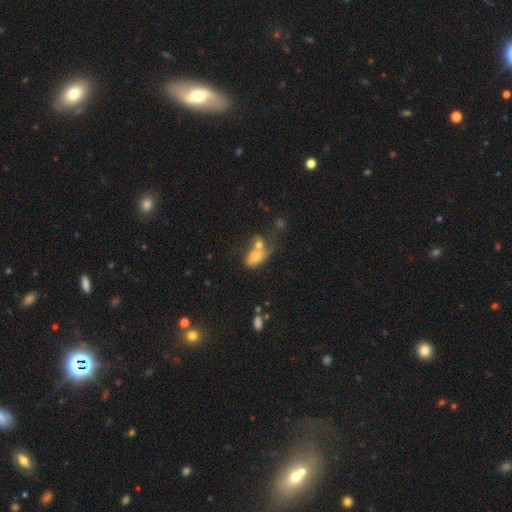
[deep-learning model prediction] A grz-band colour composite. It shows a smooth galaxy with no disk features (71%) that is in between round and cigar-shaped (84%). Merging: merger (57%).